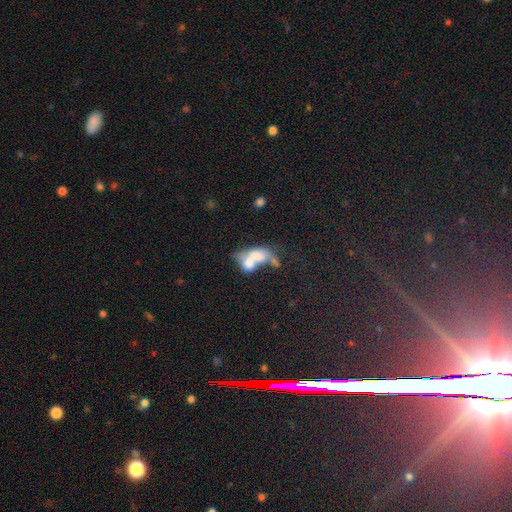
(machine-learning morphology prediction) This appears to be a smooth galaxy with no disk features (58%) that is in between round and cigar-shaped (78%). Merging: merger (72%).